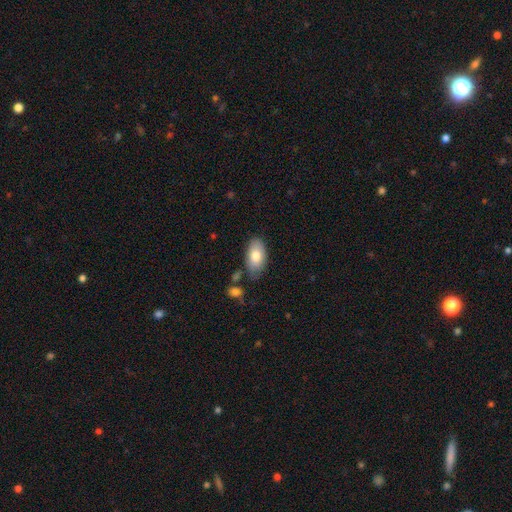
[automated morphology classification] smooth_or_featured: smooth (p=0.80) [alt: featured or disk p=0.14]
how_rounded: in between (p=0.94) [alt: round p=0.04]
merging: none (p=0.74) [alt: minor disturbance p=0.17]